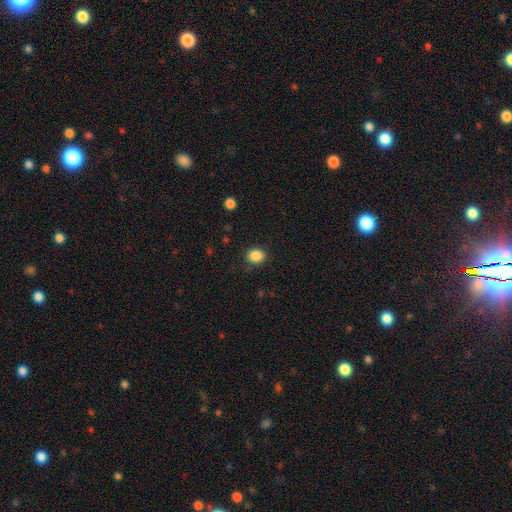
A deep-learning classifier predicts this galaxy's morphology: smooth 87%, star or artifact 10%, featured or disk 3%. Down the decision tree: how rounded — round (69%); merging — none (87%).